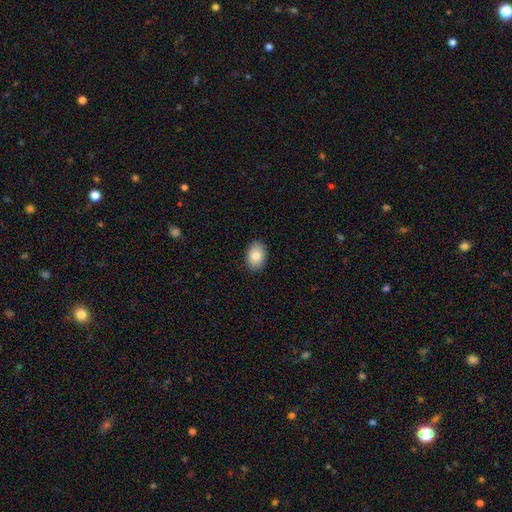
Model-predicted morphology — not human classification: Smooth or featured? Predicted: smooth (p=0.84). How rounded? Predicted: in between (p=0.78). Merging? Predicted: none (p=0.90).